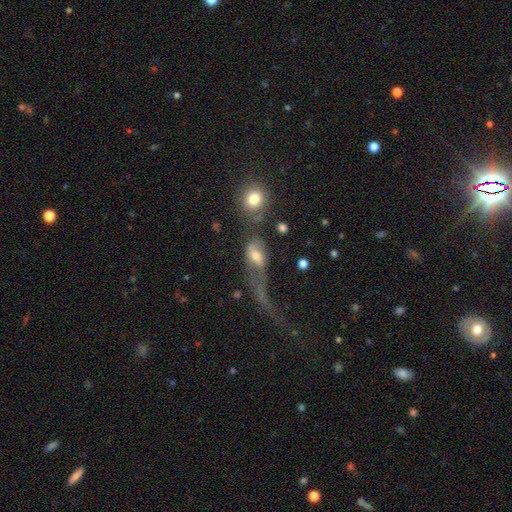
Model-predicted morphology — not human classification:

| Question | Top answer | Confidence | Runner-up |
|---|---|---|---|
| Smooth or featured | smooth | 48% | featured or disk (40%) |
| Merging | major disturbance | 54% | merger (21%) |